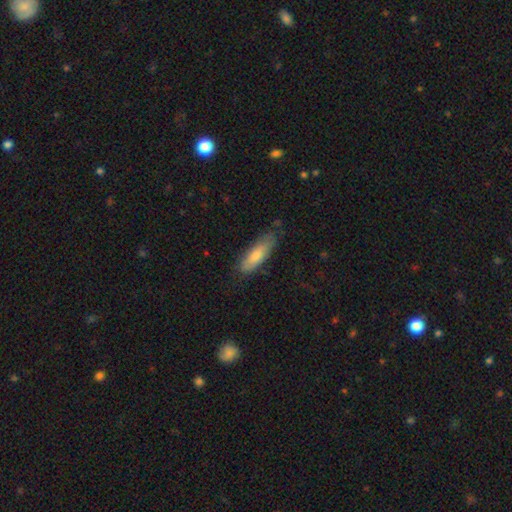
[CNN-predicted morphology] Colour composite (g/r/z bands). It shows a smooth galaxy with no disk features (74%) that is cigar-shaped (52%). Merging: none (71%).